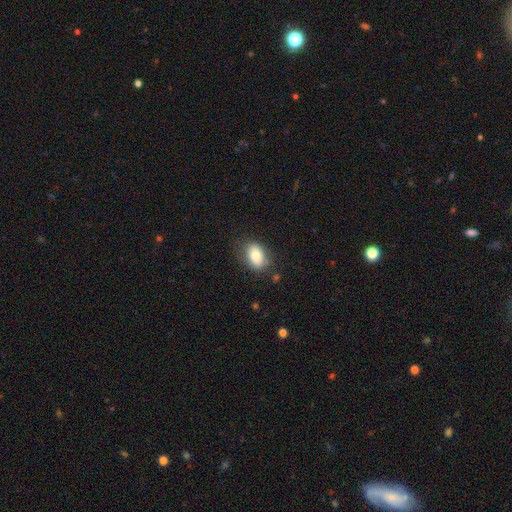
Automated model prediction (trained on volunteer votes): Smooth or featured?
  - smooth: 78% *
  - featured or disk: 14%
  - star or artifact: 8%
How rounded?
  - in between: 85% *
  - round: 14%
  - cigar-shaped: 1%
Merging?
  - none: 74% *
  - minor disturbance: 18%
  - major disturbance: 5%
  - merger: 2%